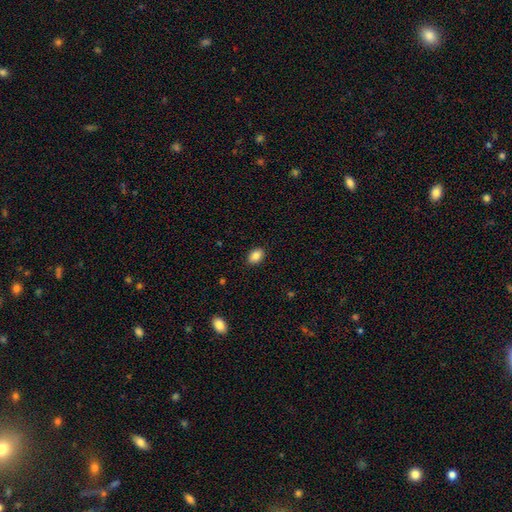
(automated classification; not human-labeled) A smooth galaxy with no disk features (87%) that is in between round and cigar-shaped (77%). Merging: none (89%).